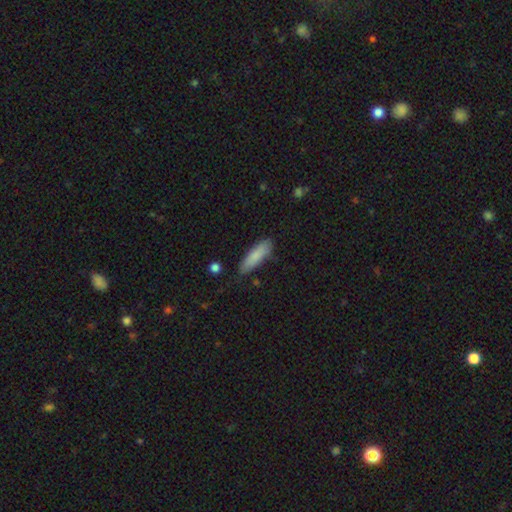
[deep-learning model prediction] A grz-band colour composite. It shows a smooth galaxy with no disk features (84%) that is cigar-shaped (58%). Merging: none (79%).